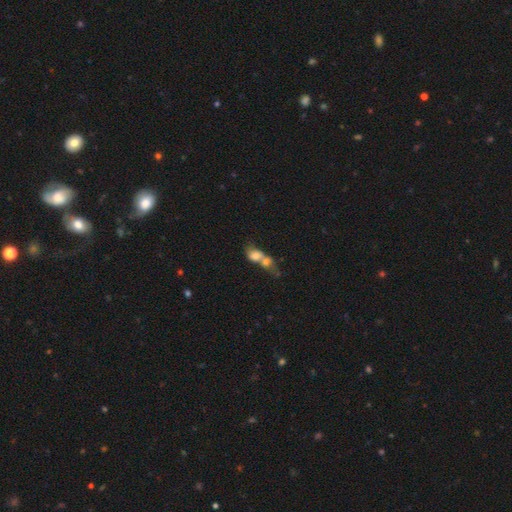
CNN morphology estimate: smooth_or_featured: smooth (p=0.67) [alt: featured or disk p=0.22]
how_rounded: in between (p=0.57) [alt: round p=0.38]
merging: merger (p=0.79) [alt: none p=0.10]